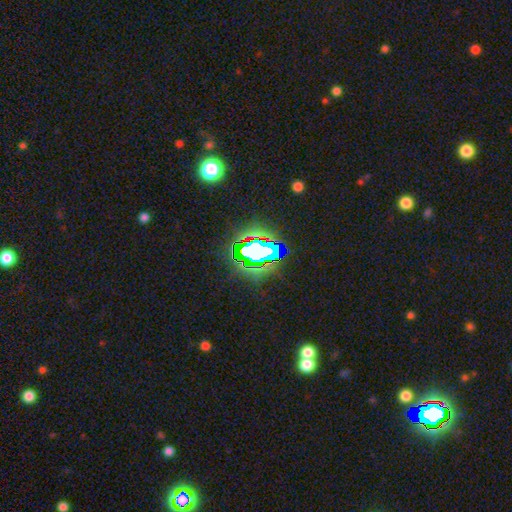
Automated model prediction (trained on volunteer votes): A star or artifact, not a galaxy (65%).